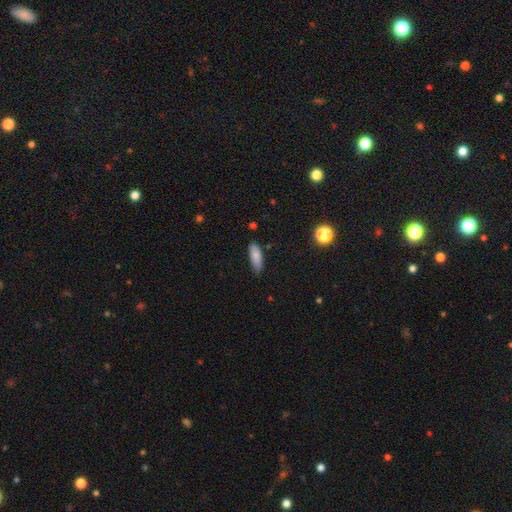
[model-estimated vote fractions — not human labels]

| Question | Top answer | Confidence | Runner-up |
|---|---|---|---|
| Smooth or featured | smooth | 83% | featured or disk (9%) |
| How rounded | in between | 61% | cigar-shaped (37%) |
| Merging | none | 76% | minor disturbance (19%) |